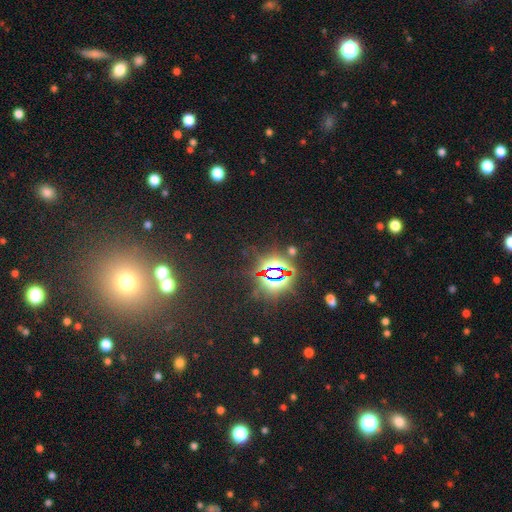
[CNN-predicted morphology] Q: Smooth or featured?
A: star or artifact (73%); runner-up: smooth (19%)